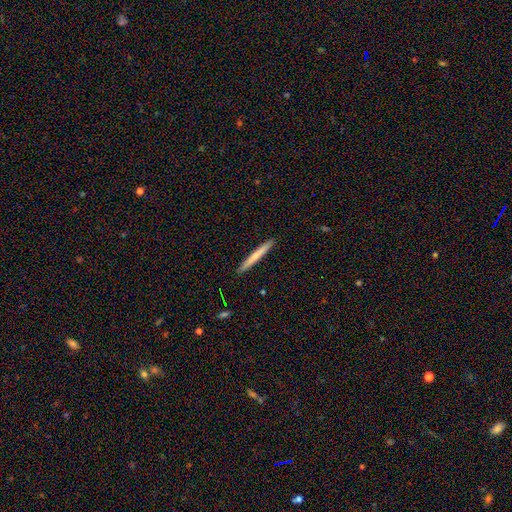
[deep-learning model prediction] This is possibly a smooth galaxy (58%). How rounded: clearly cigar-shaped (97%). Merging: clearly none (92%).